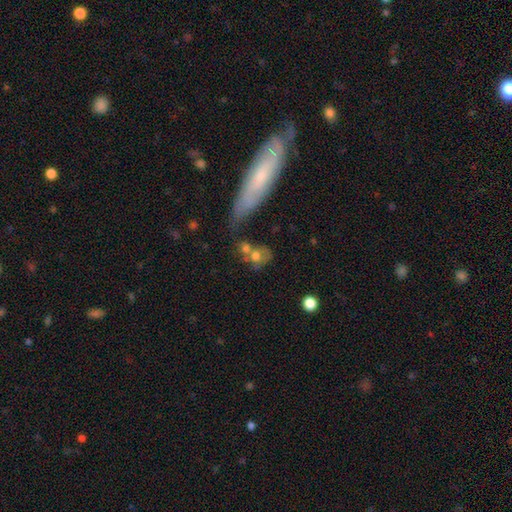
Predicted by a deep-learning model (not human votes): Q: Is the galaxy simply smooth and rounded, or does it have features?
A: smooth — 64%.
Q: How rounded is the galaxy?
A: round — 51%.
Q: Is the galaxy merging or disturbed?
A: merger — 44%.